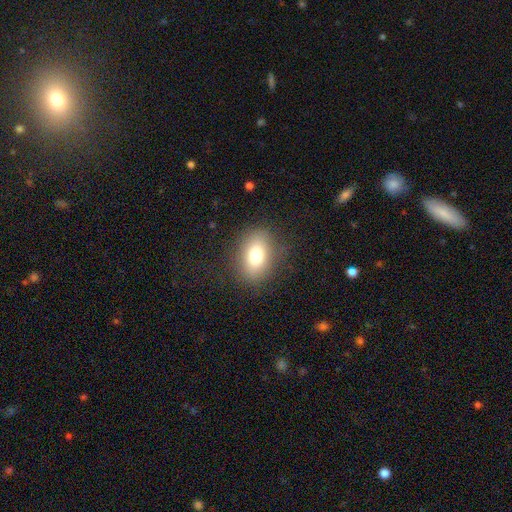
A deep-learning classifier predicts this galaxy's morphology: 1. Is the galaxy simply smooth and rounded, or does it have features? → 76% smooth, 14% featured or disk, 11% star or artifact.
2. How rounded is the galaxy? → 75% in between, 23% round, 2% cigar-shaped.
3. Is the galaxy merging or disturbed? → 84% none, 10% minor disturbance, 4% major disturbance, 1% merger.